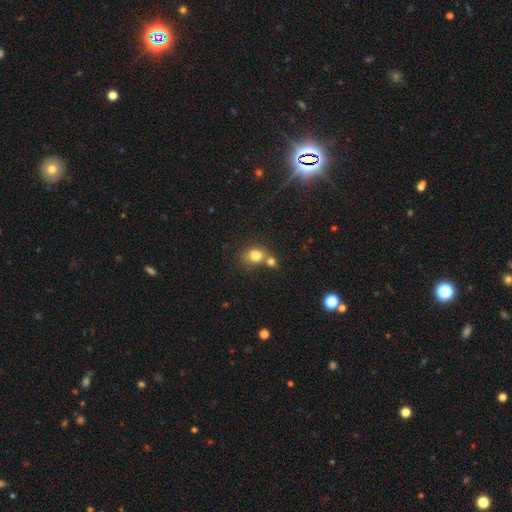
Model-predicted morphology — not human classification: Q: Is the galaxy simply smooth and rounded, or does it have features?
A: smooth — 80%.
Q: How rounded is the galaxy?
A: round — 59%.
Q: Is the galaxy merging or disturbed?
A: merger — 43%.